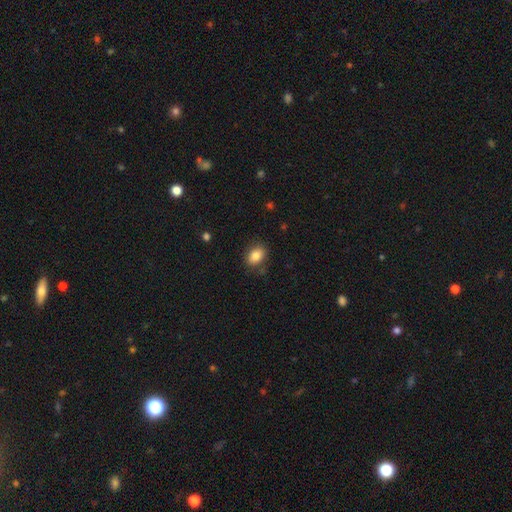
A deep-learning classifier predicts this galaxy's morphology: Smooth or featured? Predicted: smooth (p=0.84). How rounded? Predicted: in between (p=0.73). Merging? Predicted: none (p=0.81).